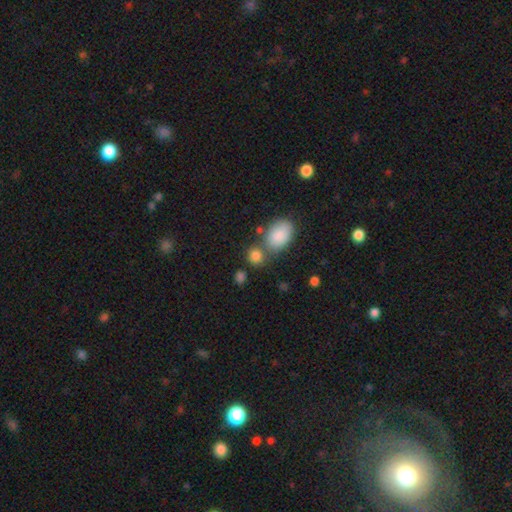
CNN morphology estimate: smooth 84%, star or artifact 10%, featured or disk 6%. Down the decision tree: how rounded — round (63%); merging — none (61%).